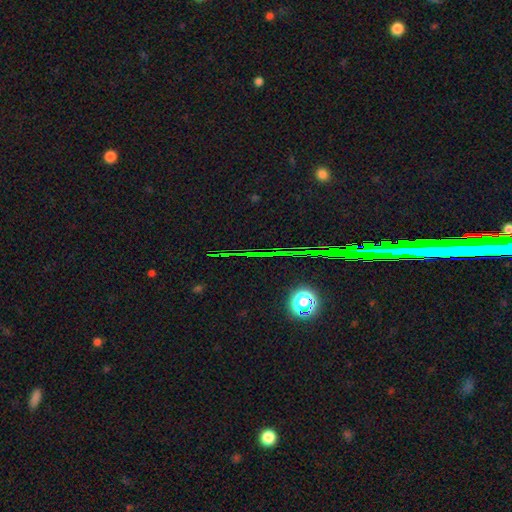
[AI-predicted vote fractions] Smooth or featured? star or artifact (78%)